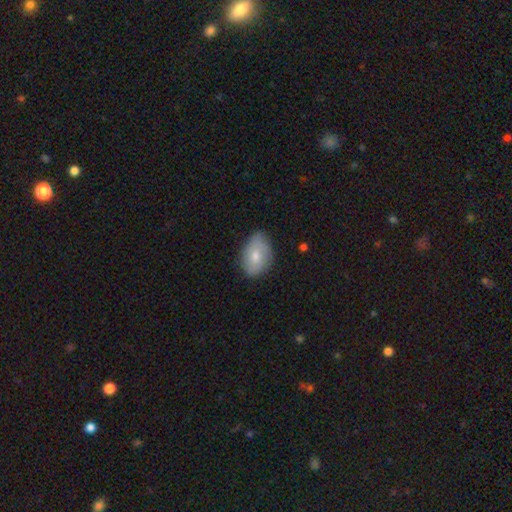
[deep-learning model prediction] smooth_or_featured: smooth (p=0.71) [alt: featured or disk p=0.22]
how_rounded: in between (p=0.84) [alt: round p=0.14]
merging: none (p=0.68) [alt: minor disturbance p=0.27]